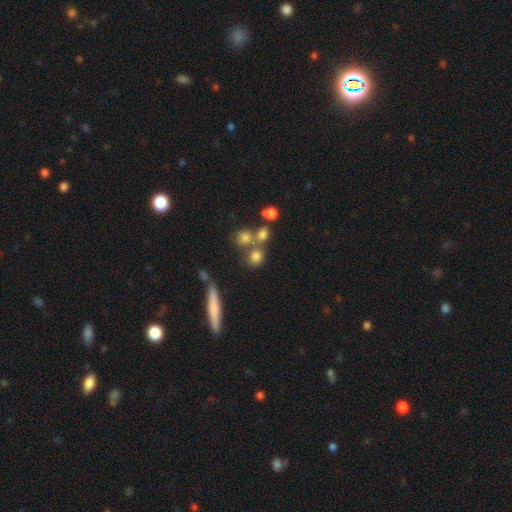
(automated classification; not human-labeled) A smooth galaxy with no disk features (73%) that is round (75%).

Vote fractions:
- Smooth or featured? smooth: 73% / star or artifact: 14% / featured or disk: 12%
- How rounded? round: 75% / in between: 20% / cigar-shaped: 5%
- Merging? none: 56% / merger: 30% / minor disturbance: 10% / major disturbance: 5%